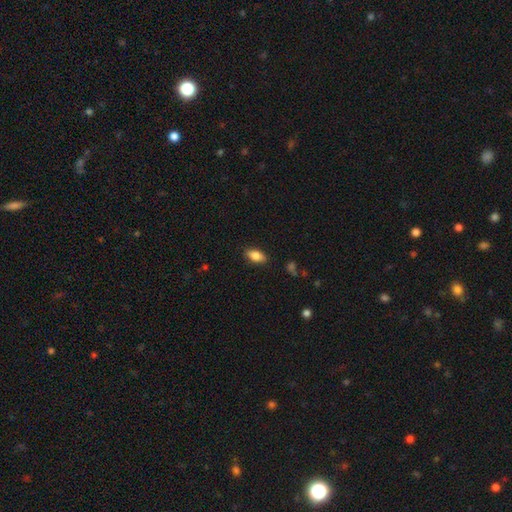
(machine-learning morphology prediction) Q: Smooth or featured?
A: smooth (82%); runner-up: featured or disk (11%)
Q: How rounded?
A: in between (89%); runner-up: cigar-shaped (7%)
Q: Merging?
A: none (87%); runner-up: minor disturbance (10%)